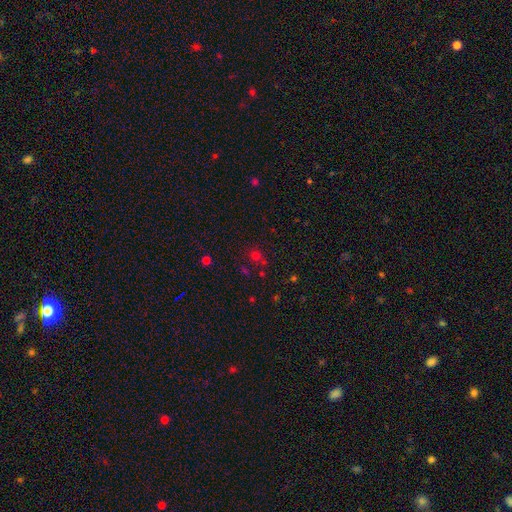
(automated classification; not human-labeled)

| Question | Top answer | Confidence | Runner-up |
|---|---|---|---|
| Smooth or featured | smooth | 55% | star or artifact (36%) |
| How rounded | round | 72% | in between (26%) |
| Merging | none | 63% | merger (17%) |